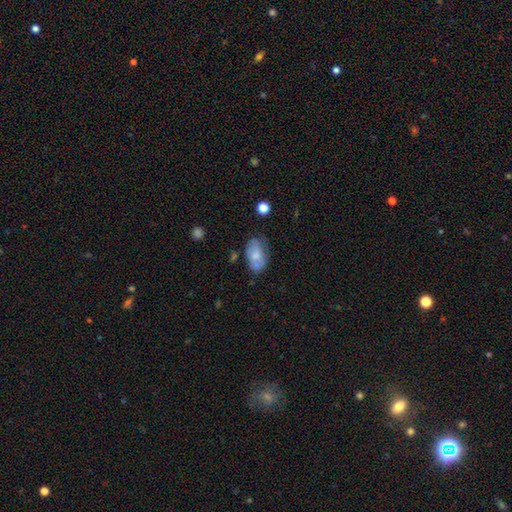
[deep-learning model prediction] Overall: smooth (64%; featured or disk 28%). How rounded: in between (90%). Merging: none (48%; minor disturbance 29%).